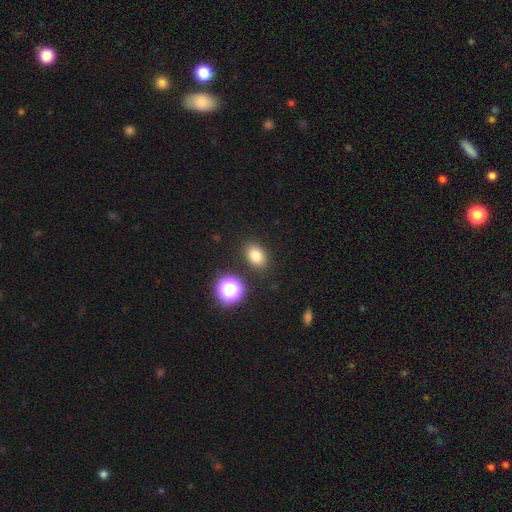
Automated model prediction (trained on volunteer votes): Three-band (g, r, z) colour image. It shows a smooth galaxy with no disk features (80%) that is in between round and cigar-shaped (70%). Merging: none (85%).